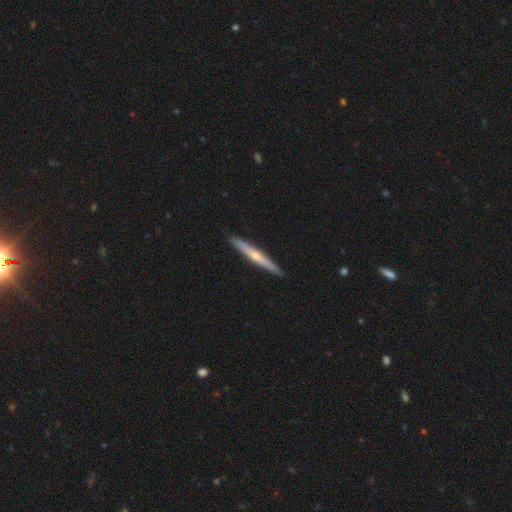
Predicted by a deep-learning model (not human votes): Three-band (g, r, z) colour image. It shows a featured or disk galaxy (55%) viewed edge-on (96%) with a rounded central bulge (68%). Merging: none (92%).